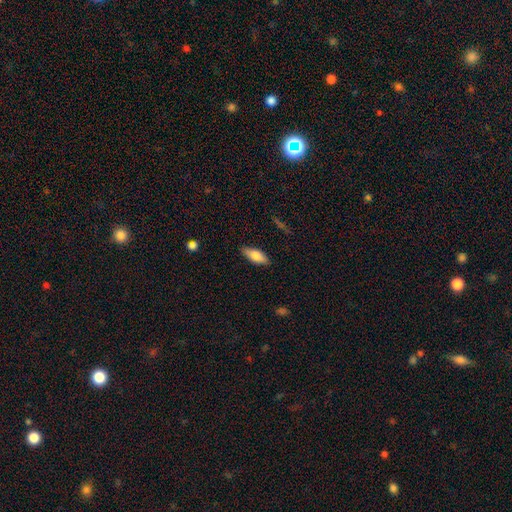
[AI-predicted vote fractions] smooth-or-featured: smooth: 79% | featured or disk: 15% | star or artifact: 6%
  how-rounded: in between: 76% | cigar-shaped: 22% | round: 2%
  merging: none: 85% | minor disturbance: 11% | major disturbance: 3% | merger: 1%